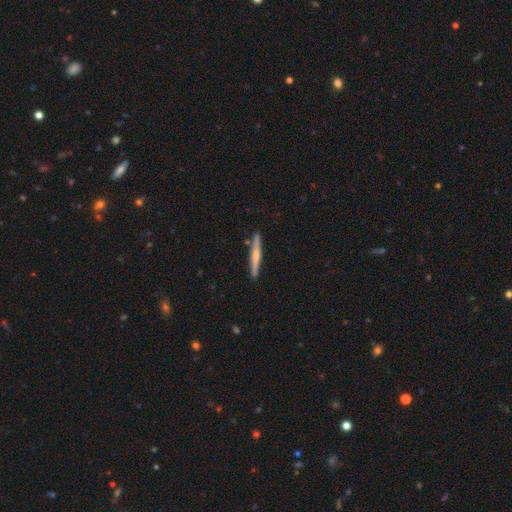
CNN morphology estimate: smooth_or_featured: featured or disk (p=0.48) [alt: smooth p=0.47]
merging: none (p=0.89) [alt: minor disturbance p=0.08]